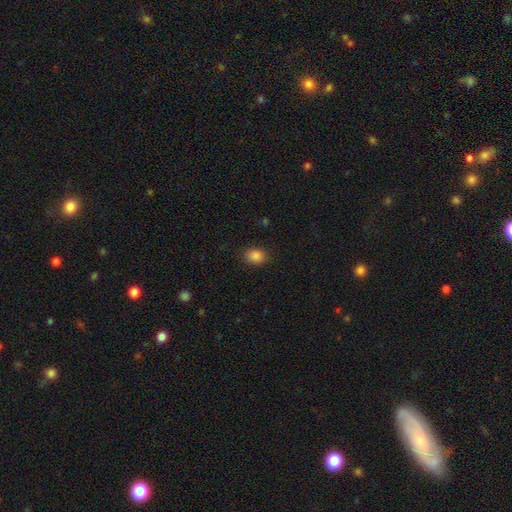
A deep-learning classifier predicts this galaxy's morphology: Q: Smooth or featured?
A: smooth (86%); runner-up: star or artifact (10%)
Q: How rounded?
A: in between (55%); runner-up: round (44%)
Q: Merging?
A: none (86%); runner-up: minor disturbance (10%)